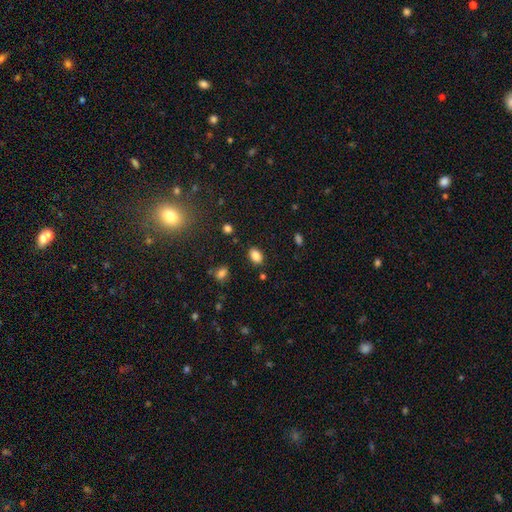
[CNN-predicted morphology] Overall: smooth (85%). How rounded: in between (82%). Merging: none (85%).